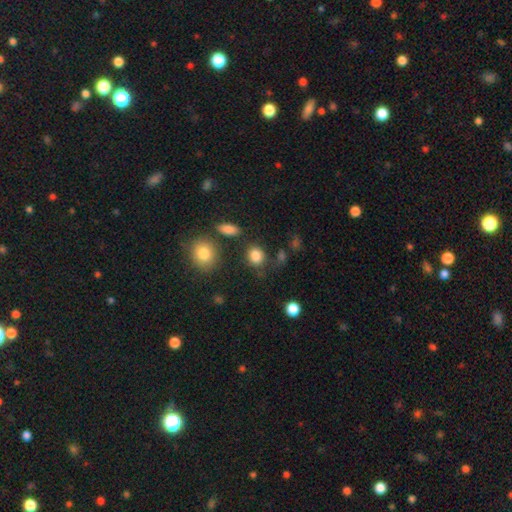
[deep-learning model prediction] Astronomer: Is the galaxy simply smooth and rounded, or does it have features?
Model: smooth — 85%.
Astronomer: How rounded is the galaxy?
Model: round — 64%.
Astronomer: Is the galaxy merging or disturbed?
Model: none — 74%.